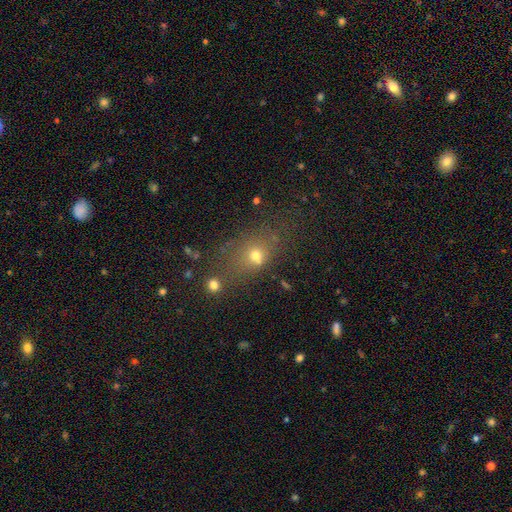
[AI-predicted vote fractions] Smooth or featured: smooth — 64% (star or artifact — 21%)
How rounded: in between — 52% (round — 45%)
Merging: none — 54% (merger — 17%)